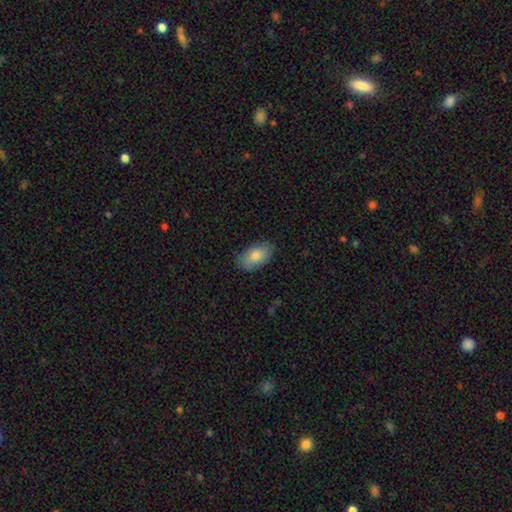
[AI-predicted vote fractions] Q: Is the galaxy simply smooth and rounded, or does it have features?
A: smooth — 83%.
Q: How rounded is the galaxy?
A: in between — 94%.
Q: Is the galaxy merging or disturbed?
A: none — 82%.